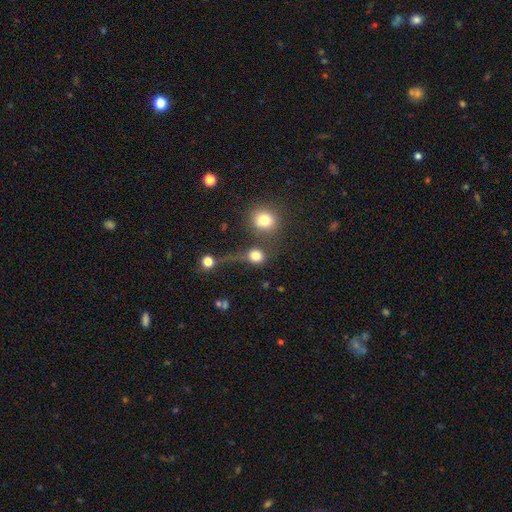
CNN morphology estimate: Q: Smooth or featured?
A: smooth (78%); runner-up: star or artifact (13%)
Q: How rounded?
A: round (74%); runner-up: in between (23%)
Q: Merging?
A: none (46%); runner-up: merger (22%)